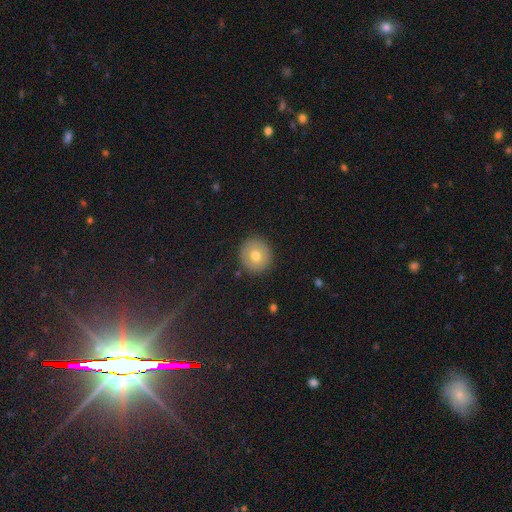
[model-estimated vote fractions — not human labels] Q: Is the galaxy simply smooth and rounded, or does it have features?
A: smooth — 72%.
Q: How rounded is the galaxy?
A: round — 93%.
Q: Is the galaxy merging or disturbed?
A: none — 90%.